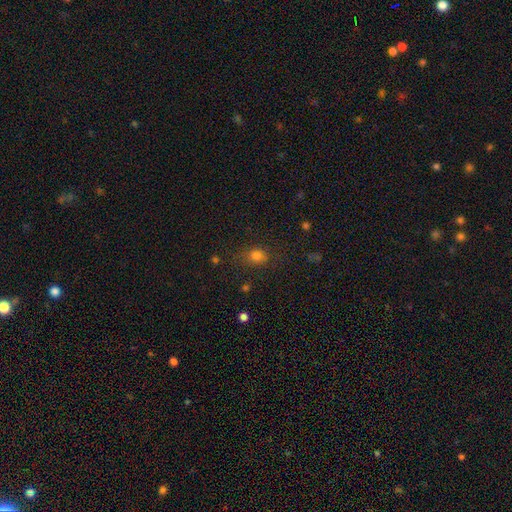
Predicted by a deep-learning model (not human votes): smooth 78%, star or artifact 15%, featured or disk 7%. Down the decision tree: how rounded — round (54%); merging — none (70%).